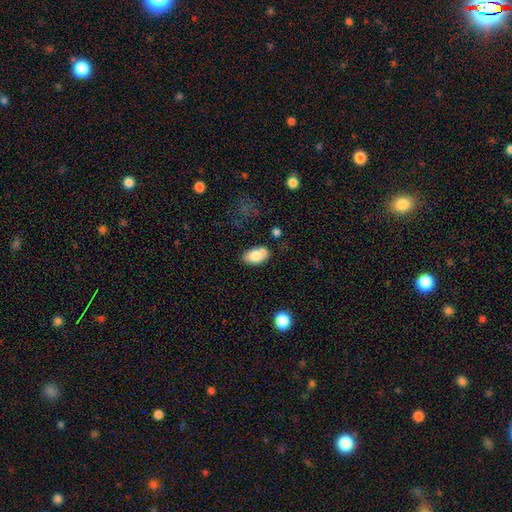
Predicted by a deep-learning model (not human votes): Smooth or featured? Predicted: smooth (p=0.79). How rounded? Predicted: in between (p=0.90). Merging? Predicted: none (p=0.60).